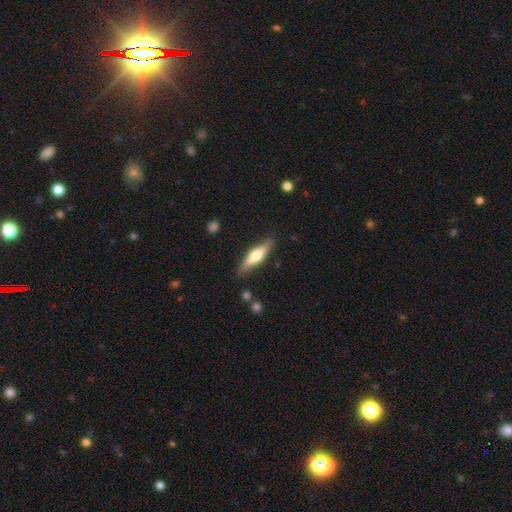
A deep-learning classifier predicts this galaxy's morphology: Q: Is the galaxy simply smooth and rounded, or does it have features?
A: smooth — 49%.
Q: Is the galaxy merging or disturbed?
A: none — 82%.